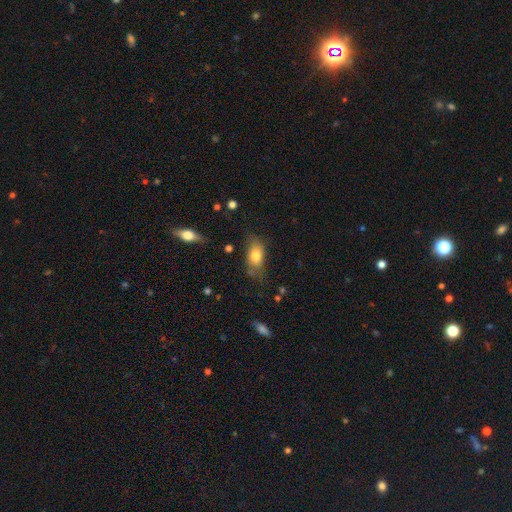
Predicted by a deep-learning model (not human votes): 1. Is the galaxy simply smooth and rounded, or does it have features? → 77% smooth, 15% featured or disk, 8% star or artifact.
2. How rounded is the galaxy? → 86% in between, 7% round, 6% cigar-shaped.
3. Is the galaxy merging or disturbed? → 63% none, 26% minor disturbance, 9% major disturbance, 3% merger.